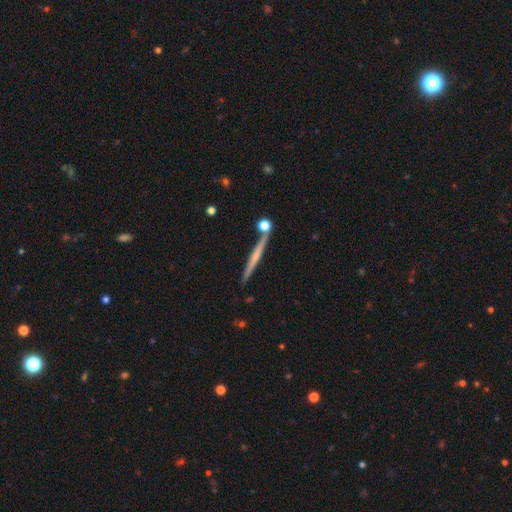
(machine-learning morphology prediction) smooth-or-featured: featured or disk: 57% | smooth: 37% | star or artifact: 6%
  disk-edge-on: yes: 97% | no: 3%
    edge-on-bulge: none: 61% | rounded: 30% | boxy: 9%
  merging: none: 85% | minor disturbance: 8% | merger: 5% | major disturbance: 2%